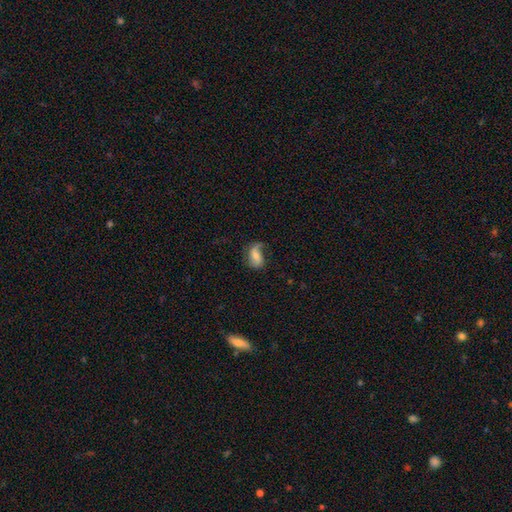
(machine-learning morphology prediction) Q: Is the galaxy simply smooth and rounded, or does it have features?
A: smooth — 51%.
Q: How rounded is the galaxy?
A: in between — 87%.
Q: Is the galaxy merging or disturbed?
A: none — 41%.